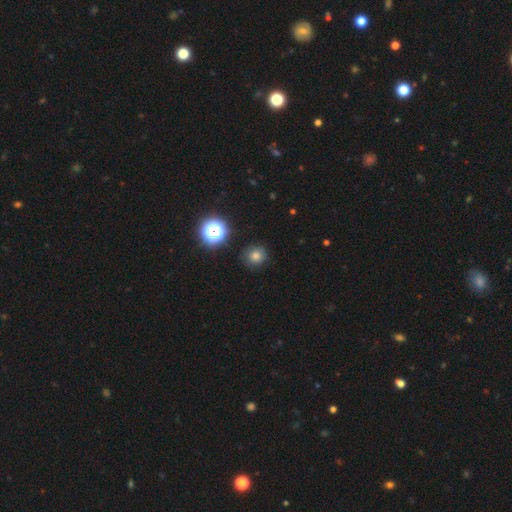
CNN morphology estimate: smooth_or_featured: smooth (p=0.75) [alt: star or artifact p=0.18]
how_rounded: round (p=0.89) [alt: in between p=0.10]
merging: none (p=0.86) [alt: minor disturbance p=0.10]